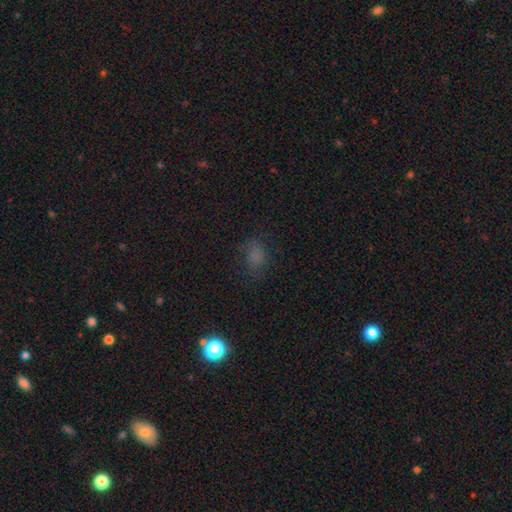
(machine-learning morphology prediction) smooth-or-featured: smooth: 71% | star or artifact: 22% | featured or disk: 8%
  how-rounded: in between: 63% | round: 35% | cigar-shaped: 2%
  merging: none: 70% | minor disturbance: 19% | major disturbance: 9% | merger: 2%